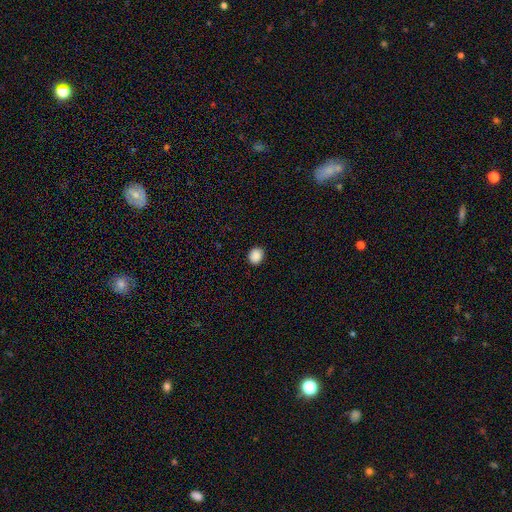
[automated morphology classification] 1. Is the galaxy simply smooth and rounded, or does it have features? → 89% smooth, 9% star or artifact, 2% featured or disk.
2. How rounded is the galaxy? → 69% round, 30% in between, 1% cigar-shaped.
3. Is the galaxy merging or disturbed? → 90% none, 7% minor disturbance, 2% major disturbance, 1% merger.